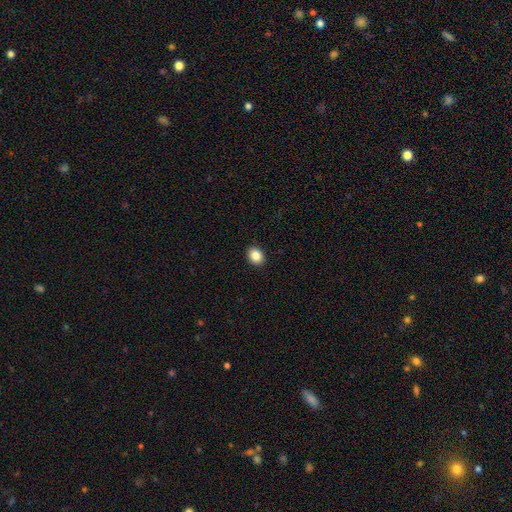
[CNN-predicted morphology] smooth 85%, star or artifact 9%, featured or disk 5%. Down the decision tree: how rounded — in between (53%); merging — none (91%).